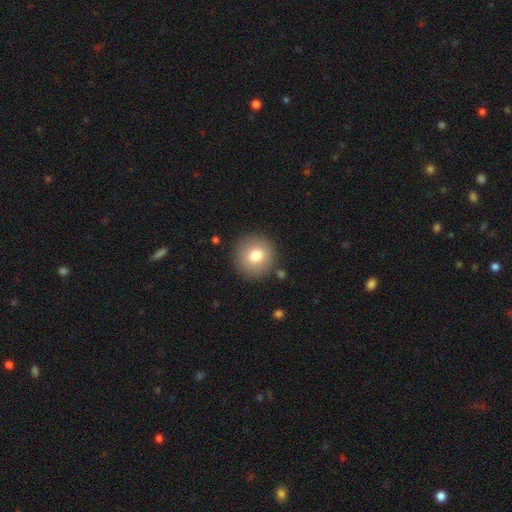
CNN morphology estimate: Smooth or featured? smooth (78%)
How rounded? round (92%)
Merging? none (87%)